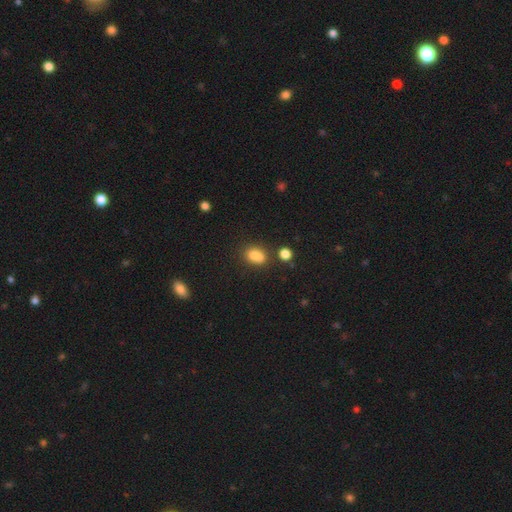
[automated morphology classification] A smooth galaxy with no disk features (81%) that is in between round and cigar-shaped (69%).

Vote fractions:
- Smooth or featured? smooth: 81% / star or artifact: 12% / featured or disk: 7%
- How rounded? in between: 69% / round: 29% / cigar-shaped: 2%
- Merging? none: 55% / merger: 23% / minor disturbance: 17% / major disturbance: 5%